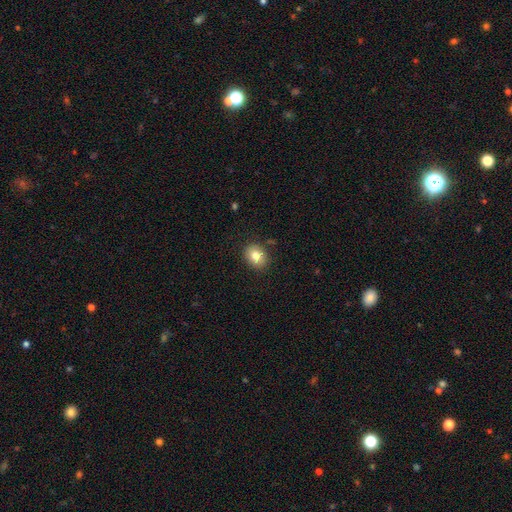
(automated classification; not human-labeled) Overall: smooth (81%). How rounded: round (56%; in between 43%). Merging: none (87%).